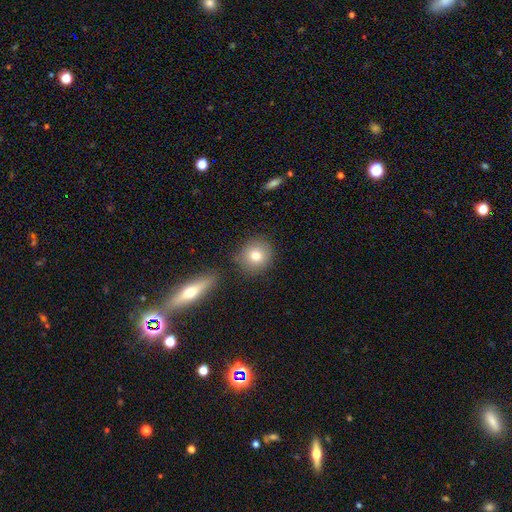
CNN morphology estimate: smooth_or_featured: smooth (p=0.79) [alt: featured or disk p=0.12]
how_rounded: round (p=0.89) [alt: in between p=0.10]
merging: none (p=0.81) [alt: minor disturbance p=0.11]